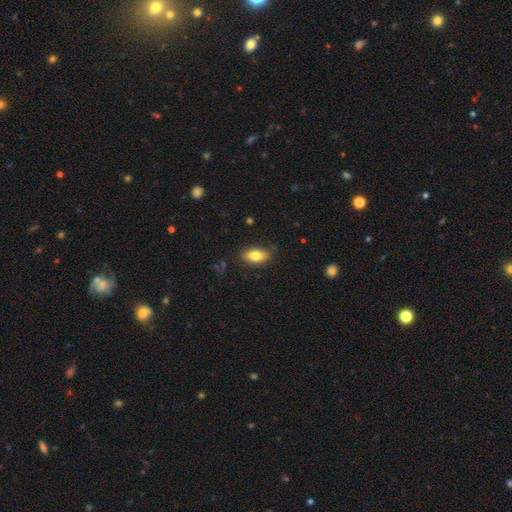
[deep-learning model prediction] smooth_or_featured: smooth (p=0.79) [alt: featured or disk p=0.13]
how_rounded: in between (p=0.89) [alt: cigar-shaped p=0.07]
merging: none (p=0.82) [alt: minor disturbance p=0.14]